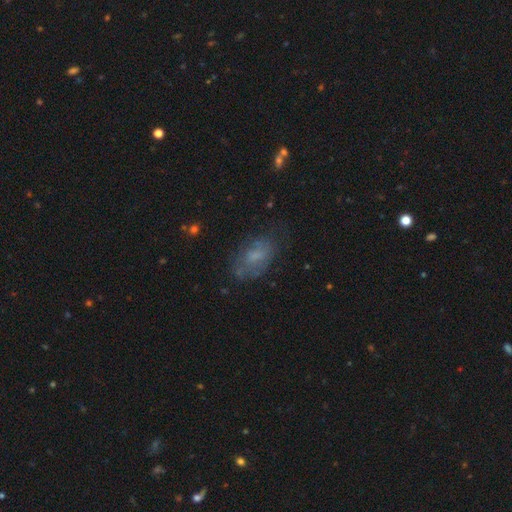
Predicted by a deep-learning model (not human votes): Q: Smooth or featured?
A: smooth (57%); runner-up: featured or disk (31%)
Q: How rounded?
A: in between (88%); runner-up: round (8%)
Q: Merging?
A: none (60%); runner-up: minor disturbance (24%)